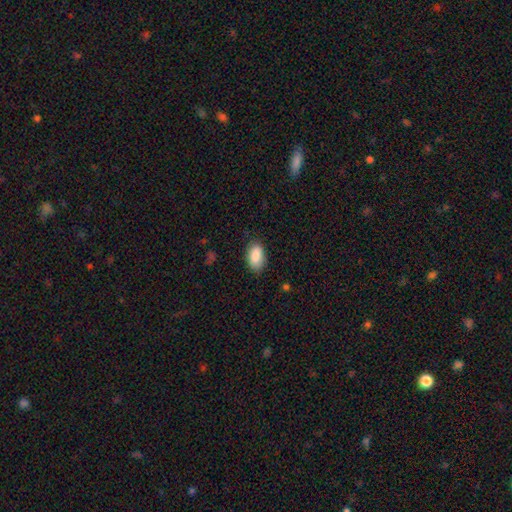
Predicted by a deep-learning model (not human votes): The model was most divided on "merging": none: 82%, minor disturbance: 14%, major disturbance: 3%, merger: 1%. More confident: how rounded — in between (93%); smooth or featured — smooth (87%).